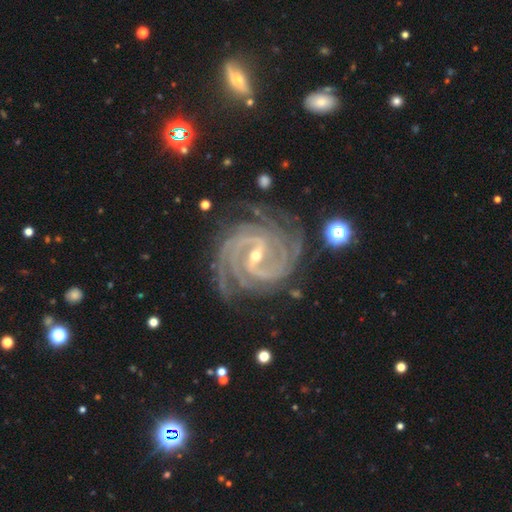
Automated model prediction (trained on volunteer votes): Overall: featured or disk (94%). Edge-on disk: no (98%). Bar: strong (51%; weak 37%). Spiral arms: yes (99%). Spiral arm count: 4 (30%; 3 22%). Spiral winding: tight (74%). Bulge size: small (64%; moderate 34%). Merging: none (77%).